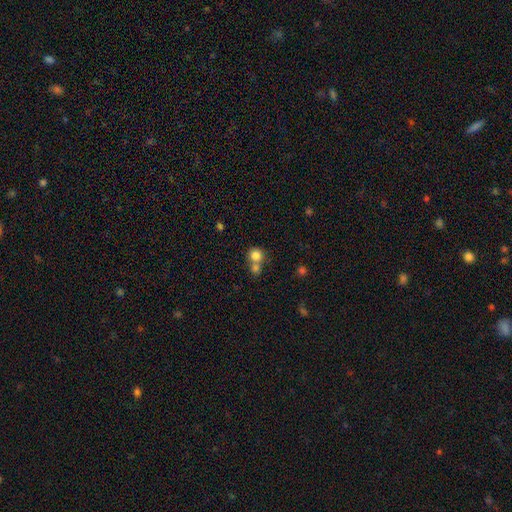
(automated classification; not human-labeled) smooth_or_featured: smooth (p=0.80) [alt: star or artifact p=0.11]
how_rounded: round (p=0.87) [alt: in between p=0.12]
merging: merger (p=0.46) [alt: none p=0.43]